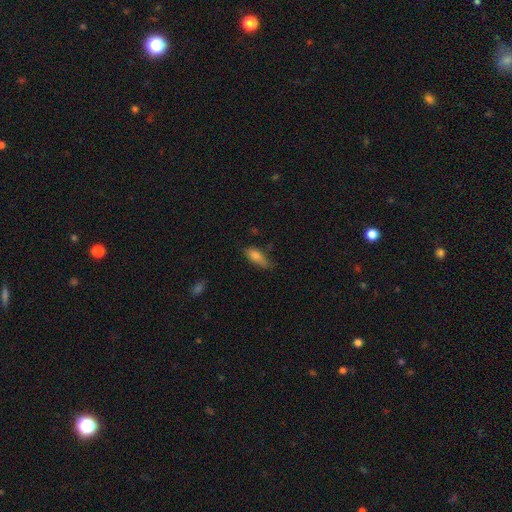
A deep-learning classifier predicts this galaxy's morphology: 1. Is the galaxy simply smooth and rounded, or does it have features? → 77% smooth, 15% featured or disk, 9% star or artifact.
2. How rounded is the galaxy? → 65% in between, 32% cigar-shaped, 3% round.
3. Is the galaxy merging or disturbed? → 58% none, 32% minor disturbance, 8% major disturbance, 2% merger.